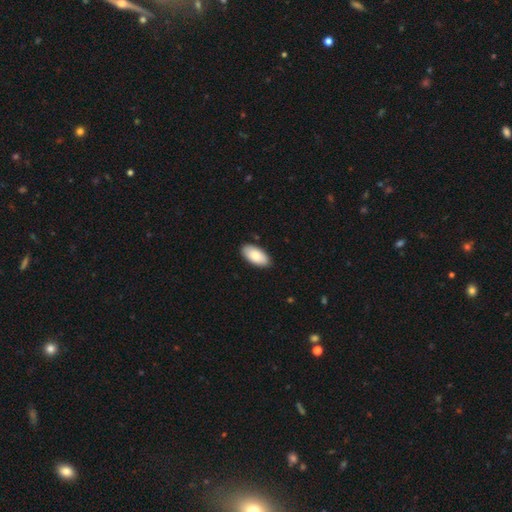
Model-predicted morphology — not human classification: A smooth galaxy with no disk features (85%) that is in between round and cigar-shaped (95%). Merging: none (87%).